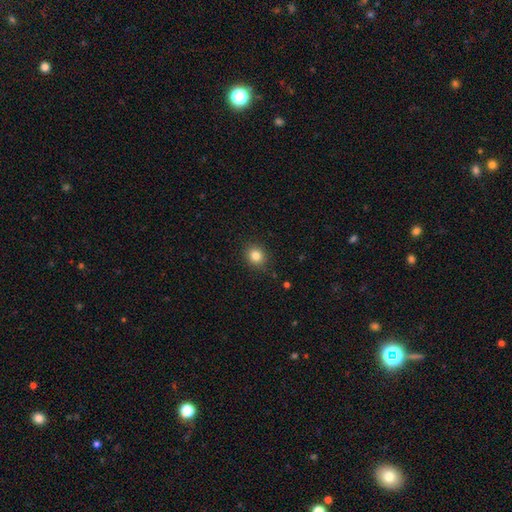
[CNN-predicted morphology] This appears to be a smooth galaxy with no disk features (82%) that is round (75%). Merging: none (88%).